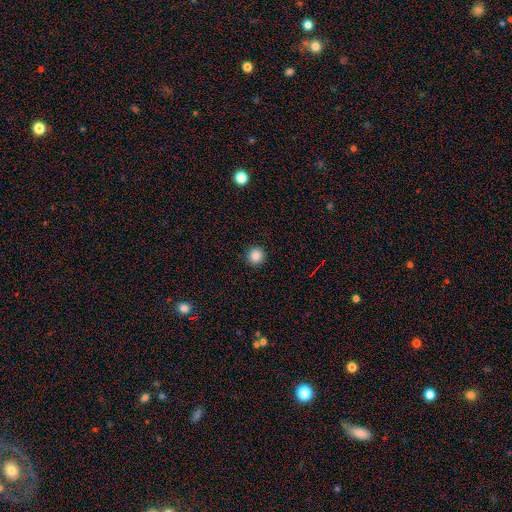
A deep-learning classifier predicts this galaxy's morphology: smooth 87%, star or artifact 10%, featured or disk 3%. Down the decision tree: how rounded — round (96%); merging — none (93%).